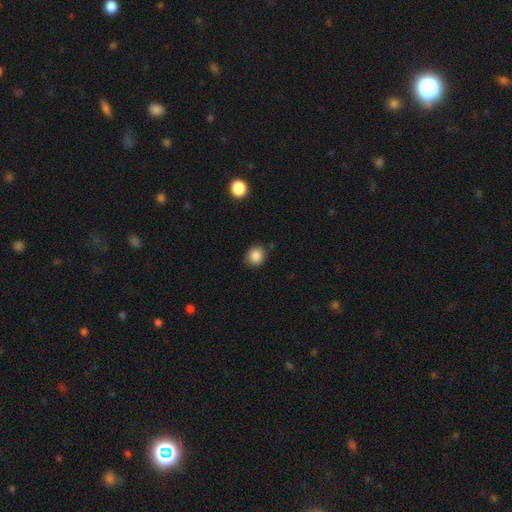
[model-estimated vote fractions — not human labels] Q: Smooth or featured?
A: smooth (86%); runner-up: star or artifact (10%)
Q: How rounded?
A: round (80%); runner-up: in between (19%)
Q: Merging?
A: none (87%); runner-up: minor disturbance (9%)